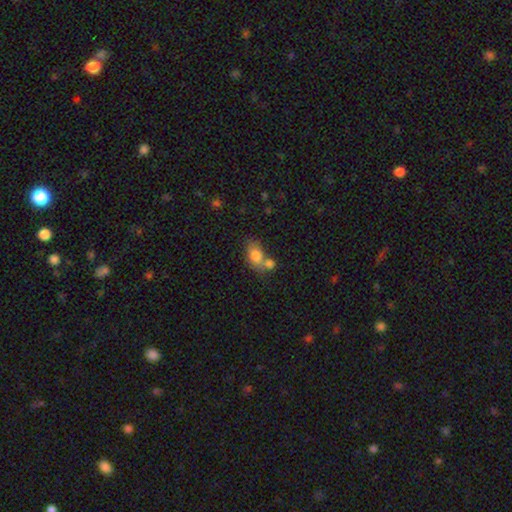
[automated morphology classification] Smooth or featured: smooth — 80% (featured or disk — 12%)
How rounded: in between — 77% (round — 20%)
Merging: merger — 45% (none — 36%)